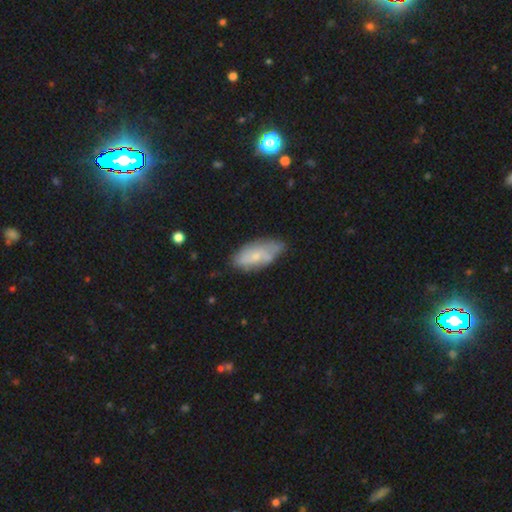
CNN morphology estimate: type=smooth (52%); roundness=in between (88%); merging=none (58%).